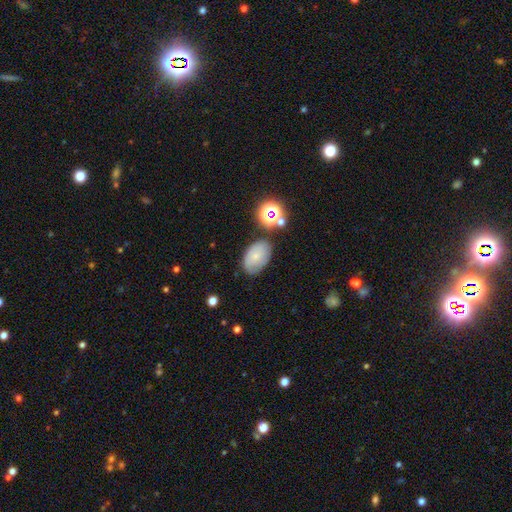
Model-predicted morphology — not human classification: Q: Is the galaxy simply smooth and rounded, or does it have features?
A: smooth — 66%.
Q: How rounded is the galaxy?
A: in between — 87%.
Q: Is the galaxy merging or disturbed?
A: none — 70%.